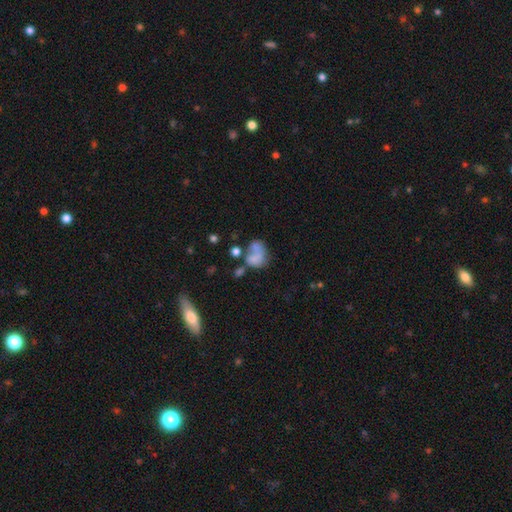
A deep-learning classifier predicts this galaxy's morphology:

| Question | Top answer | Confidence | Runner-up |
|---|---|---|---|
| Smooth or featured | smooth | 64% | featured or disk (25%) |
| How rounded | in between | 59% | round (40%) |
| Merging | merger | 37% | none (25%) |